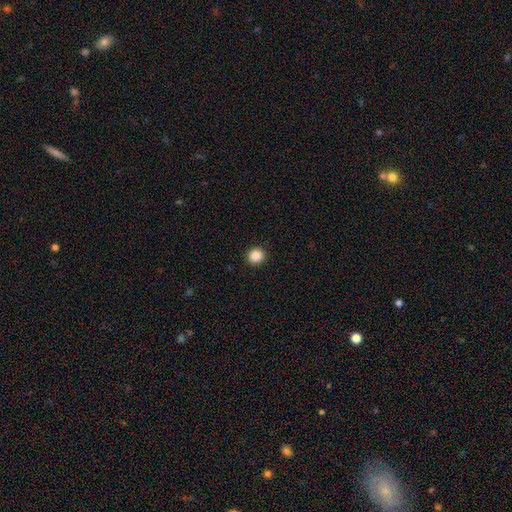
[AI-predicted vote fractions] Smooth or featured: smooth — 88% (star or artifact — 10%)
How rounded: round — 92% (in between — 7%)
Merging: none — 92% (minor disturbance — 5%)